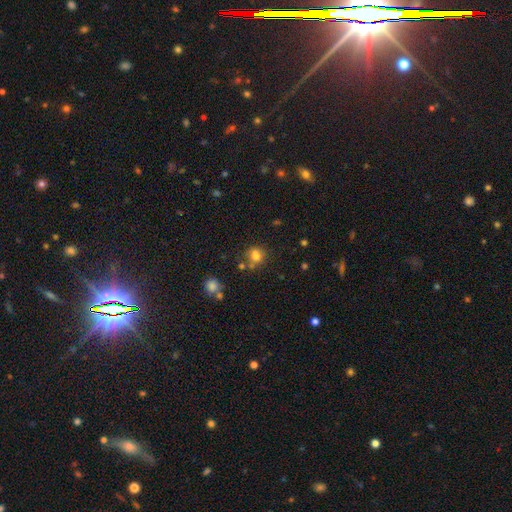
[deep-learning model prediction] smooth-or-featured: smooth: 76% | star or artifact: 15% | featured or disk: 9%
  how-rounded: round: 68% | in between: 31% | cigar-shaped: 1%
  merging: none: 58% | merger: 20% | minor disturbance: 16% | major disturbance: 6%